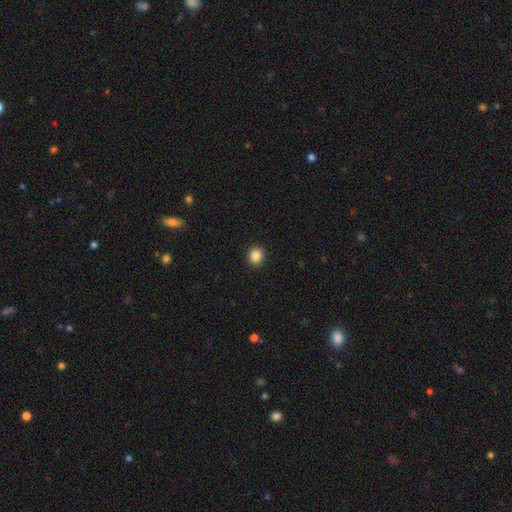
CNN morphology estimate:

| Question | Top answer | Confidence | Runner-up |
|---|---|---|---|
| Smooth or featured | smooth | 86% | star or artifact (10%) |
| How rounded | round | 76% | in between (23%) |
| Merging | none | 92% | minor disturbance (5%) |